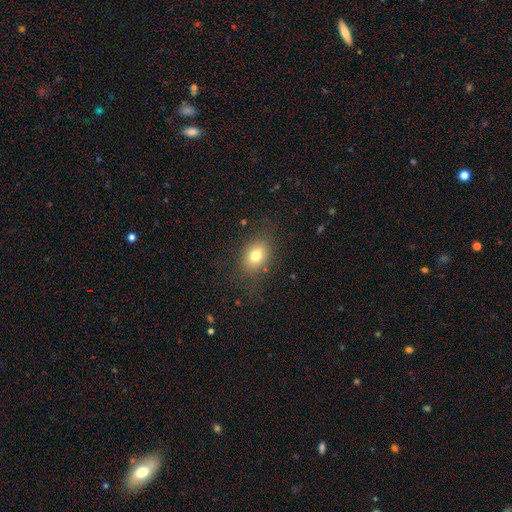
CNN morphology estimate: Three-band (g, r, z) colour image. It shows a smooth galaxy with no disk features (75%) that is in between round and cigar-shaped (65%). Merging: none (77%).